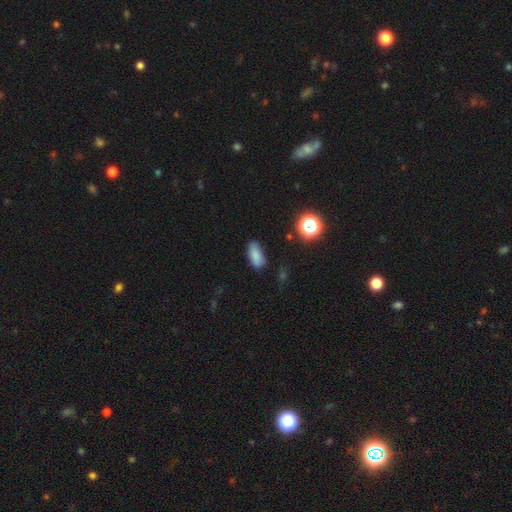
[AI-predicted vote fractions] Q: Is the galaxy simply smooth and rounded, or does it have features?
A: smooth — 83%.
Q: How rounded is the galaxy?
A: in between — 86%.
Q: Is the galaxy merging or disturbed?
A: none — 77%.